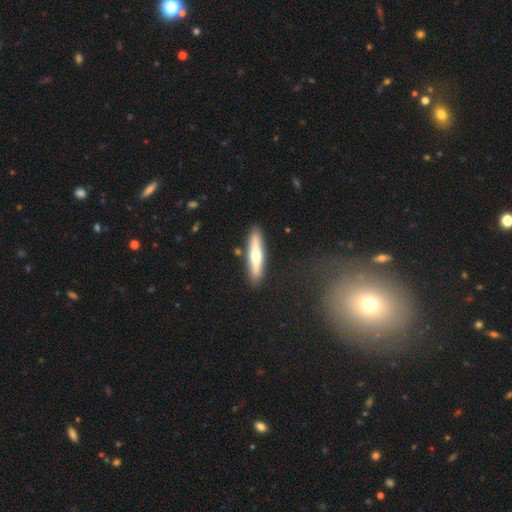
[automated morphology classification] This appears to be a smooth galaxy with no disk features (48%). Merging: none (87%).